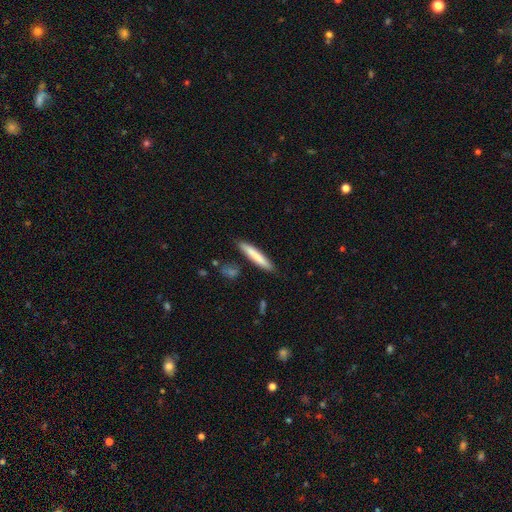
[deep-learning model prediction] This is likely a smooth galaxy (78%). How rounded: clearly cigar-shaped (93%). Merging: clearly none (86%).